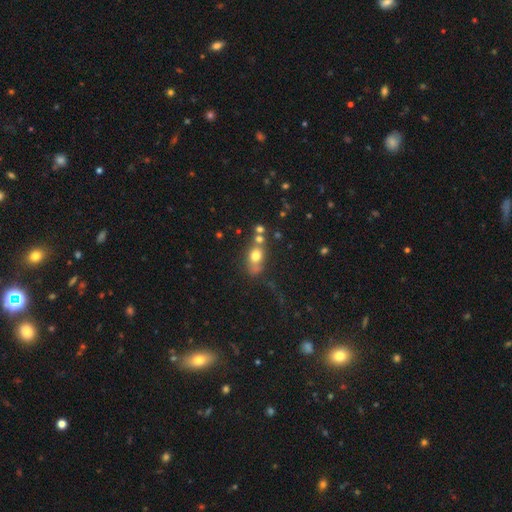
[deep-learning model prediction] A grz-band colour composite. It shows a smooth galaxy with no disk features (70%) that is in between round and cigar-shaped (56%). Merging: none (43%).